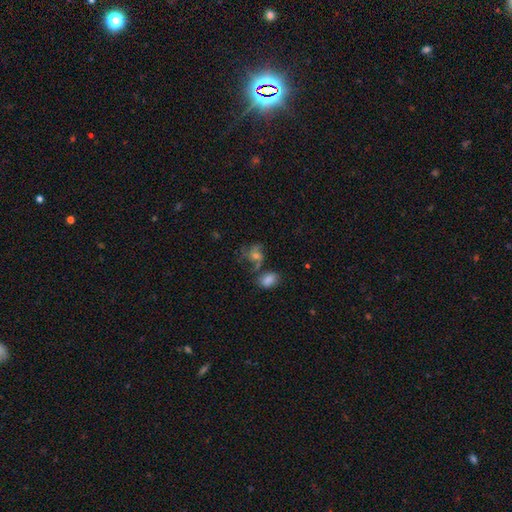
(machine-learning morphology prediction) This appears to be a featured or disk galaxy (46%). Merging: none (48%).